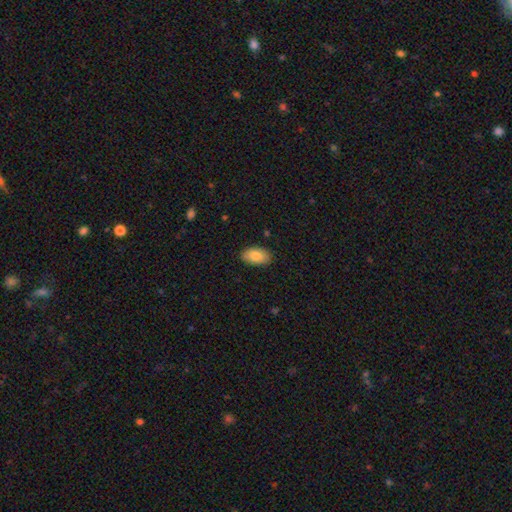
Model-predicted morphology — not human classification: Smooth or featured?
  - smooth: 83% *
  - featured or disk: 10%
  - star or artifact: 6%
How rounded?
  - in between: 94% *
  - round: 4%
  - cigar-shaped: 2%
Merging?
  - none: 87% *
  - minor disturbance: 10%
  - major disturbance: 2%
  - merger: 1%